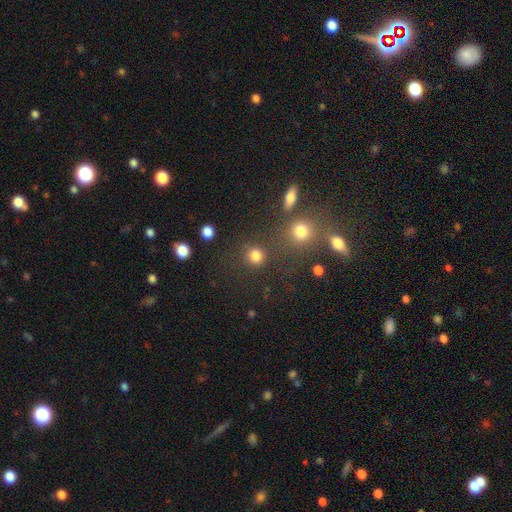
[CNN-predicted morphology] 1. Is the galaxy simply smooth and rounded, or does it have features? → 82% smooth, 14% star or artifact, 4% featured or disk.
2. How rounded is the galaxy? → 90% round, 9% in between, 1% cigar-shaped.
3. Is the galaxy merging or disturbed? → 80% none, 8% merger, 7% minor disturbance, 4% major disturbance.